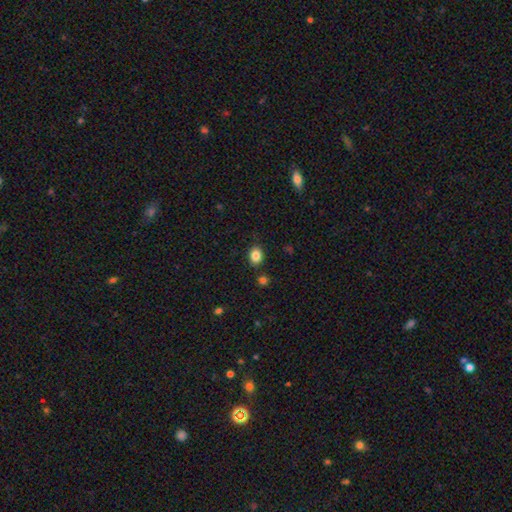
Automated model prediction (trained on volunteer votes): Smooth or featured? smooth (85%)
How rounded? in between (59%)
Merging? none (85%)